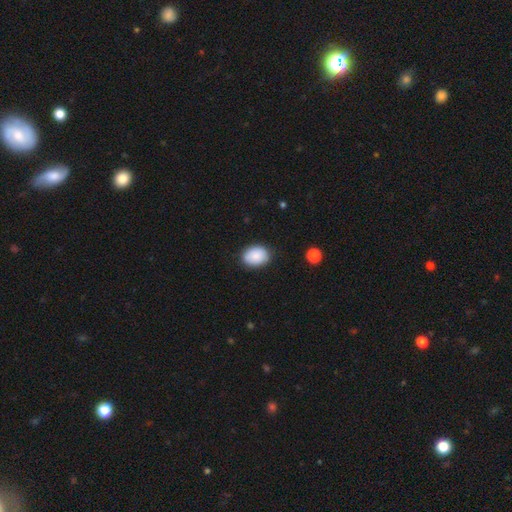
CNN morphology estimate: Smooth or featured?
  - smooth: 88% *
  - star or artifact: 7%
  - featured or disk: 5%
How rounded?
  - in between: 70% *
  - round: 29%
  - cigar-shaped: 1%
Merging?
  - none: 84% *
  - minor disturbance: 12%
  - major disturbance: 3%
  - merger: 1%